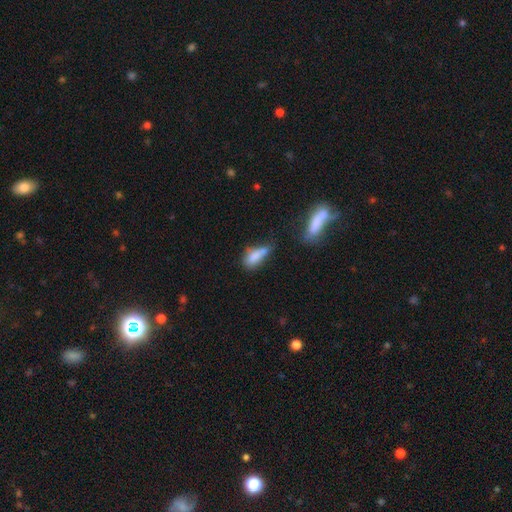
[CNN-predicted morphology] Smooth or featured? Predicted: smooth (p=0.72). How rounded? Predicted: in between (p=0.68). Merging? Predicted: minor disturbance (p=0.30).